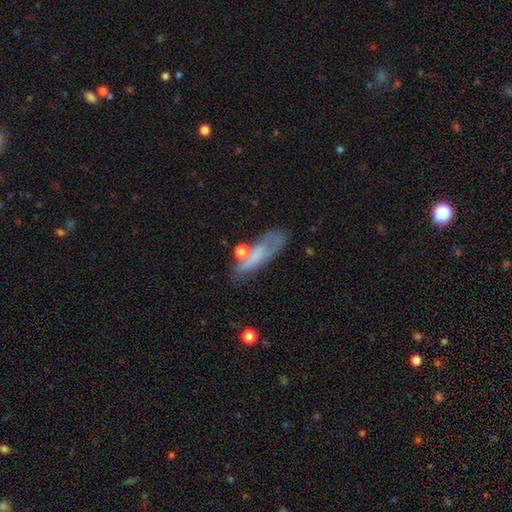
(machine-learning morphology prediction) A smooth galaxy with no disk features (52%) that is cigar-shaped (48%, tied with in between). Merging: none (44%).